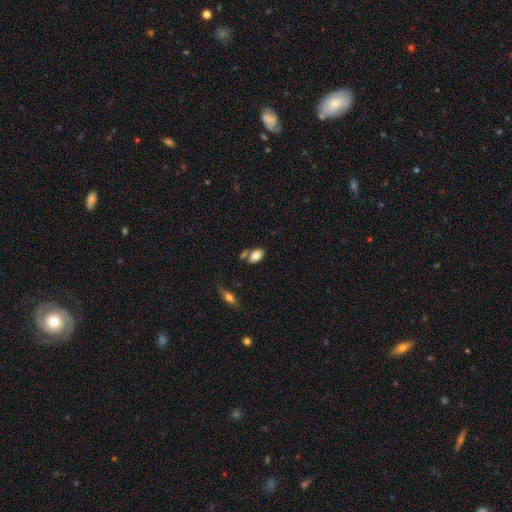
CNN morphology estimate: smooth 80%, featured or disk 12%, star or artifact 7%. Down the decision tree: how rounded — in between (91%); merging — none (64%).